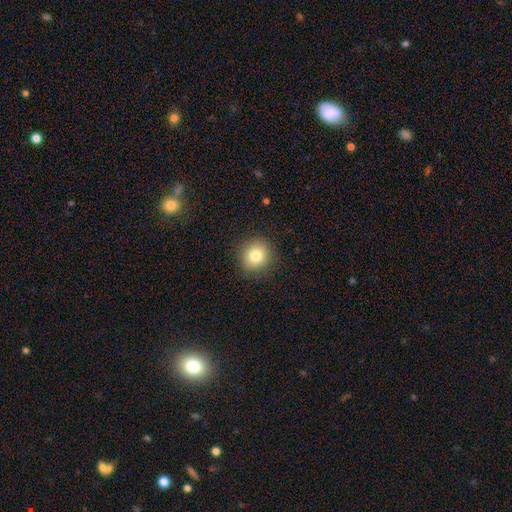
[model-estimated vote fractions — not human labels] Overall: smooth (81%). How rounded: round (88%). Merging: none (89%).